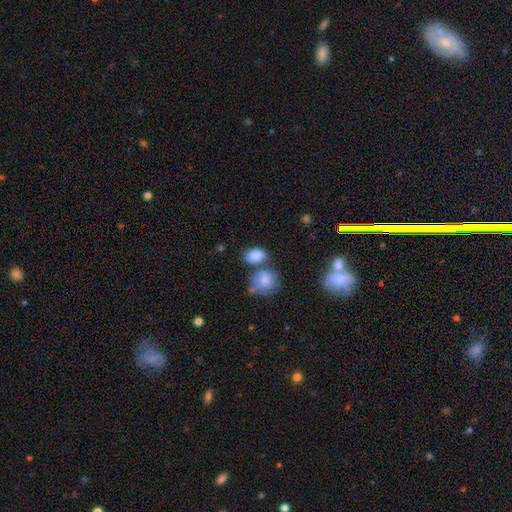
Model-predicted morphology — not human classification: This appears to be a smooth galaxy with no disk features (85%) that is in between round and cigar-shaped (79%). Merging: none (50%).